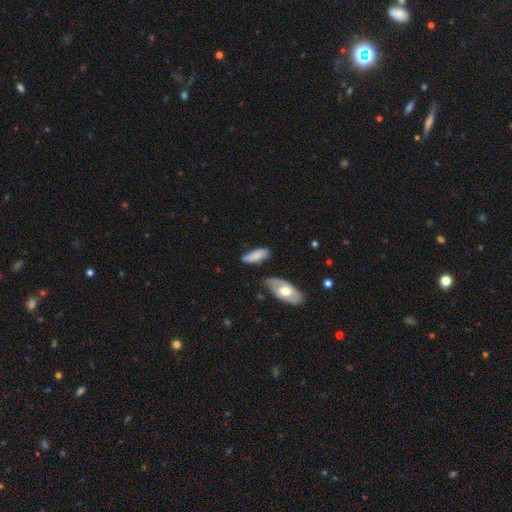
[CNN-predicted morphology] Smooth or featured?
  - smooth: 74% *
  - featured or disk: 19%
  - star or artifact: 7%
How rounded?
  - in between: 73% *
  - cigar-shaped: 24%
  - round: 3%
Merging?
  - none: 56% *
  - minor disturbance: 30%
  - major disturbance: 9%
  - merger: 5%